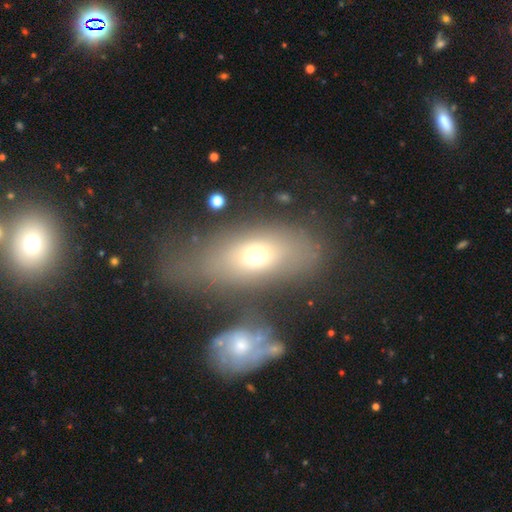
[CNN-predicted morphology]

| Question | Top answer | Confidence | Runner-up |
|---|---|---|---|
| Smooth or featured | smooth | 62% | featured or disk (28%) |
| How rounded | in between | 82% | round (11%) |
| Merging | none | 39% | merger (27%) |